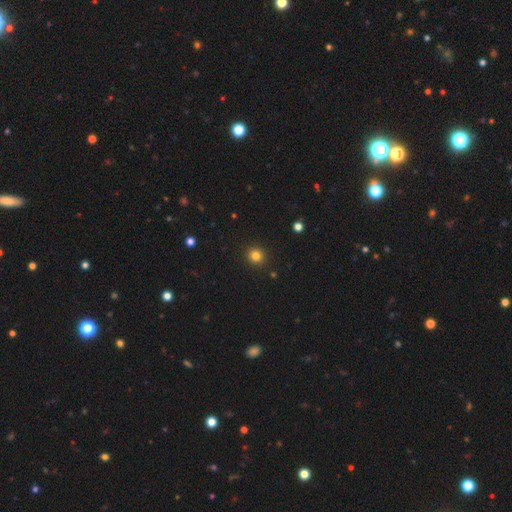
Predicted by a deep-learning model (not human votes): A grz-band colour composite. It shows a smooth galaxy with no disk features (82%) that is round (92%). Merging: none (92%).